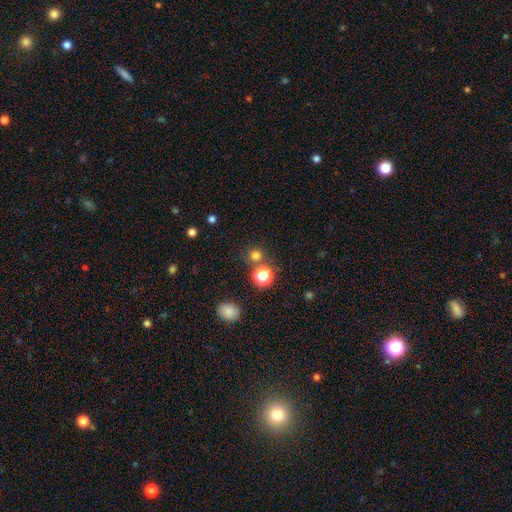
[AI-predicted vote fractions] Morphology: type=smooth (72%); roundness=round (91%); merging=none (75%).